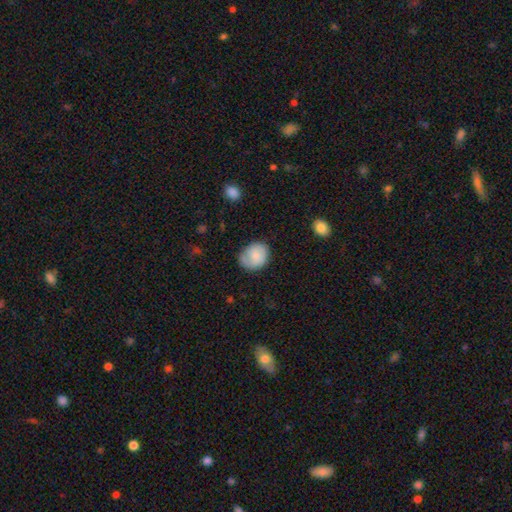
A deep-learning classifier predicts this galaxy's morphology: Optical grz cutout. It shows a smooth galaxy with no disk features (80%) that is round (58%). Merging: none (62%).